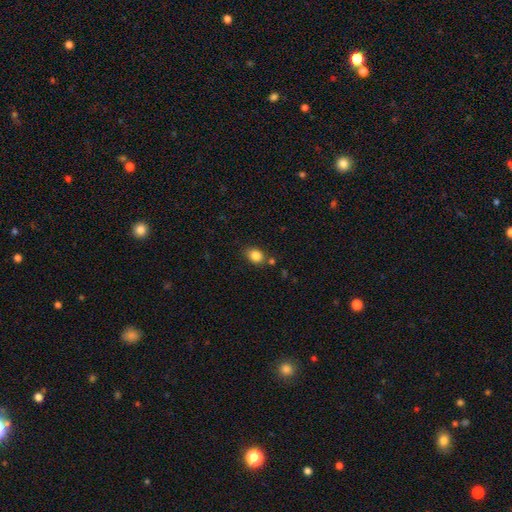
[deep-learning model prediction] This is clearly a smooth galaxy (84%). How rounded: possibly round (51%). Merging: likely none (74%).